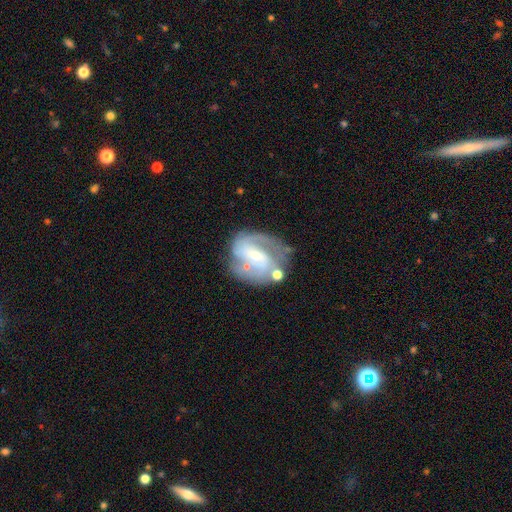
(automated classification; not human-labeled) Smooth or featured? Predicted: featured or disk (p=0.81). Edge-on disk? Predicted: no (p=0.97). Bar? Predicted: weak (p=0.43). Spiral arms? Predicted: yes (p=0.90). Spiral winding? Predicted: medium (p=0.43). Spiral arm count? Predicted: 2 (p=0.55). Bulge size? Predicted: small (p=0.71). Merging? Predicted: none (p=0.58).